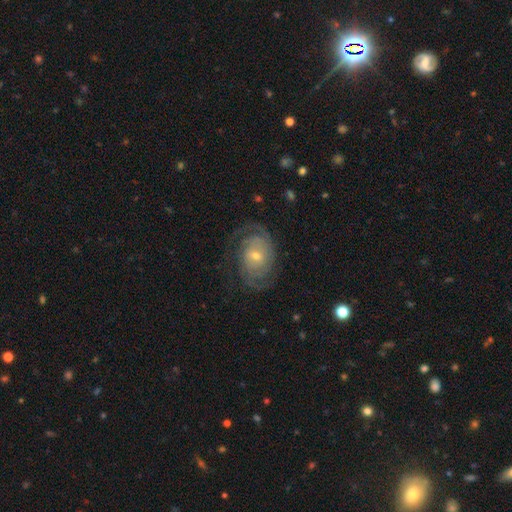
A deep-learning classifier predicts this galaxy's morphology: Smooth or featured: featured or disk — 84% (smooth — 10%)
Edge-on disk: no — 97% (yes — 3%)
Bar: no — 57% (weak — 35%)
Spiral arms: yes — 95% (no — 5%)
Spiral winding: tight — 53% (medium — 35%)
Spiral arm count: 2 — 56% (can't tell — 20%)
Bulge size: small — 56% (moderate — 40%)
Merging: none — 73% (minor disturbance — 15%)